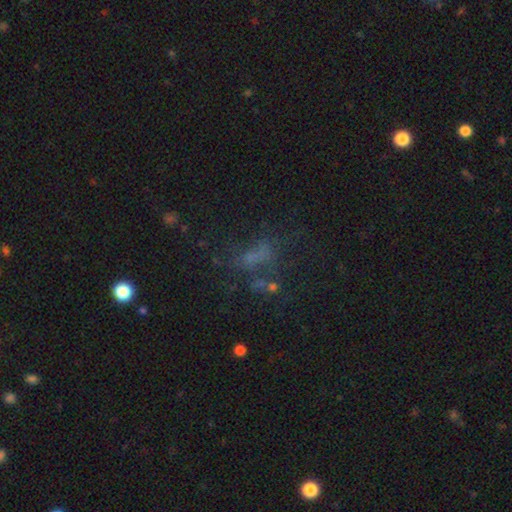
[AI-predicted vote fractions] The model was most divided on "smooth or featured": smooth: 38%, star or artifact: 33%, featured or disk: 29%. Remaining: merging — none (44%).